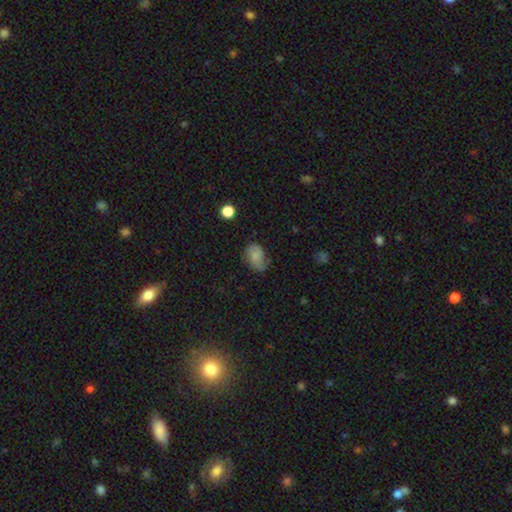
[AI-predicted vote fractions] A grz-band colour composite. It shows a smooth galaxy with no disk features (73%) that is in between round and cigar-shaped (77%). Merging: none (55%).